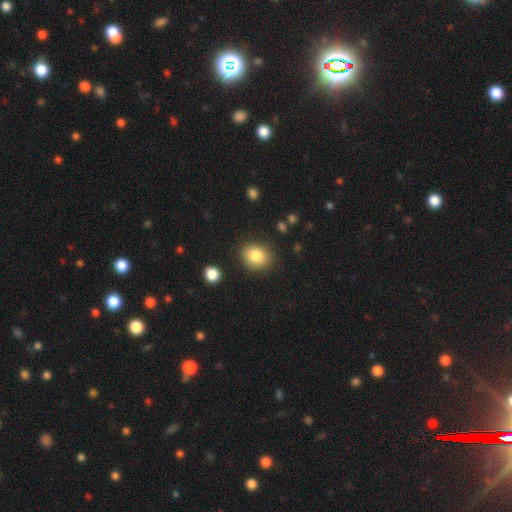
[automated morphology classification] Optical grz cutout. It shows a smooth galaxy with no disk features (84%) that is round (65%). Merging: none (85%).